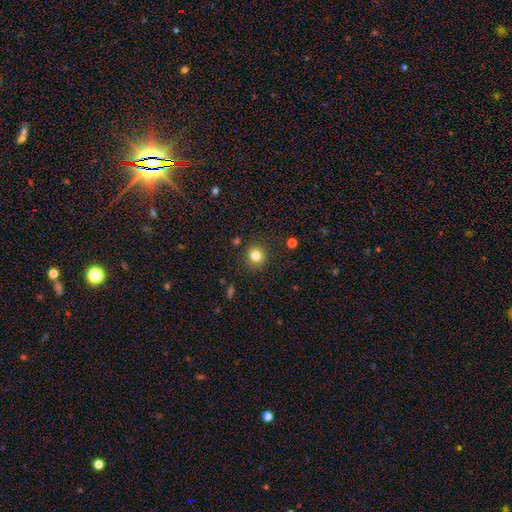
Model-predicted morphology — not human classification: smooth_or_featured: smooth (p=0.82) [alt: star or artifact p=0.12]
how_rounded: round (p=0.91) [alt: in between p=0.09]
merging: none (p=0.89) [alt: minor disturbance p=0.07]